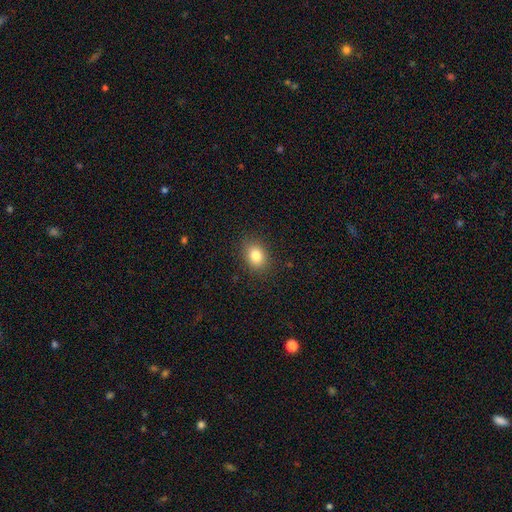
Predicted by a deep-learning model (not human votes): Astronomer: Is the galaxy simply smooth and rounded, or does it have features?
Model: smooth — 82%.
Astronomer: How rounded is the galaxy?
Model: in between — 59% (runner-up: round, 40%).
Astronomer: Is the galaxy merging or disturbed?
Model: none — 87%.